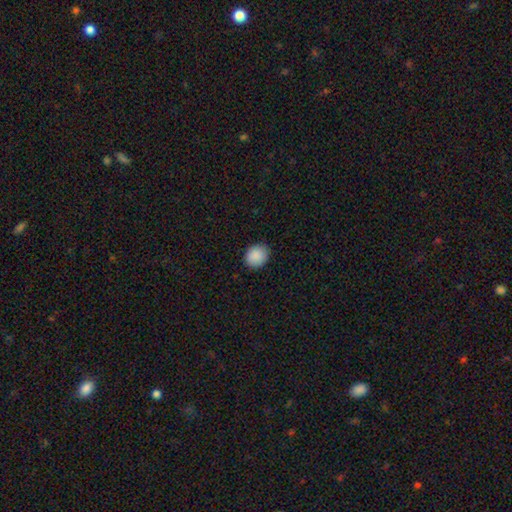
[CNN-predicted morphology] Q: Smooth or featured?
A: smooth (89%); runner-up: star or artifact (8%)
Q: How rounded?
A: round (70%); runner-up: in between (29%)
Q: Merging?
A: none (86%); runner-up: minor disturbance (11%)